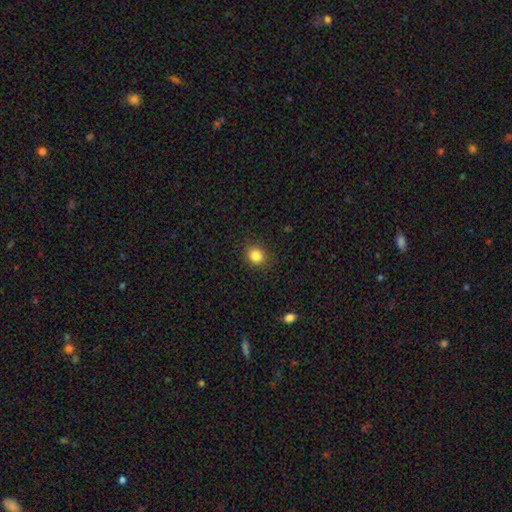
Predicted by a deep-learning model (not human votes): smooth 84%, star or artifact 11%, featured or disk 5%. Down the decision tree: how rounded — round (73%); merging — none (88%).